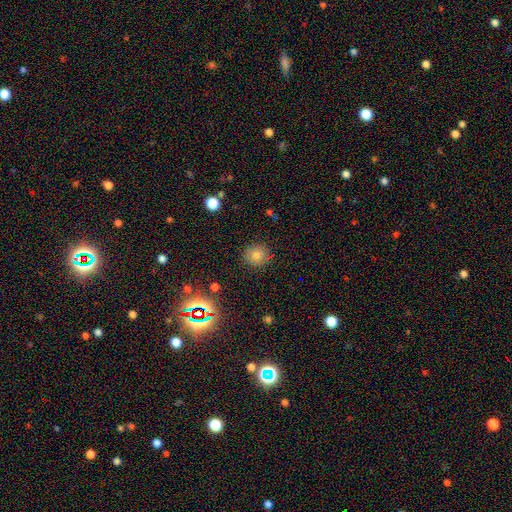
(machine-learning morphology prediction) smooth-or-featured: smooth: 70% | star or artifact: 21% | featured or disk: 9%
  how-rounded: round: 90% | in between: 9% | cigar-shaped: 1%
  merging: none: 89% | minor disturbance: 7% | major disturbance: 3% | merger: 1%